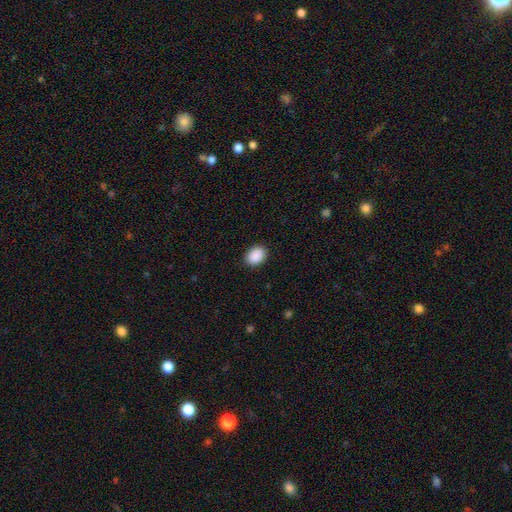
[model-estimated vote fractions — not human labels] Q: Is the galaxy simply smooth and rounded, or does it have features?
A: smooth — 90%.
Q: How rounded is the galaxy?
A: in between — 69%.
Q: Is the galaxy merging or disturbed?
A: none — 90%.